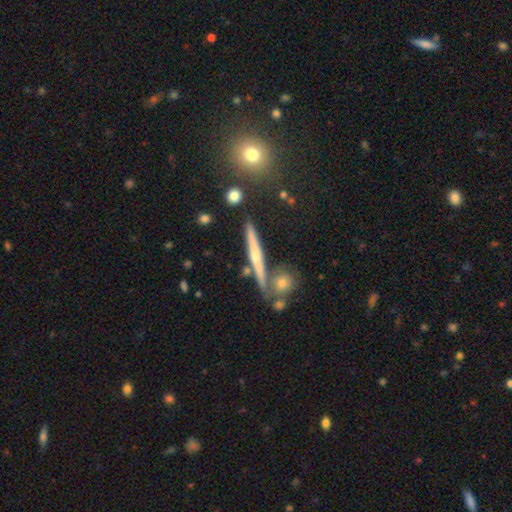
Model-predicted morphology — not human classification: Overall: featured or disk (58%; smooth 32%). Edge-on disk: yes (96%). Edge-on bulge: none (46%, tied with rounded). Merging: none (80%).